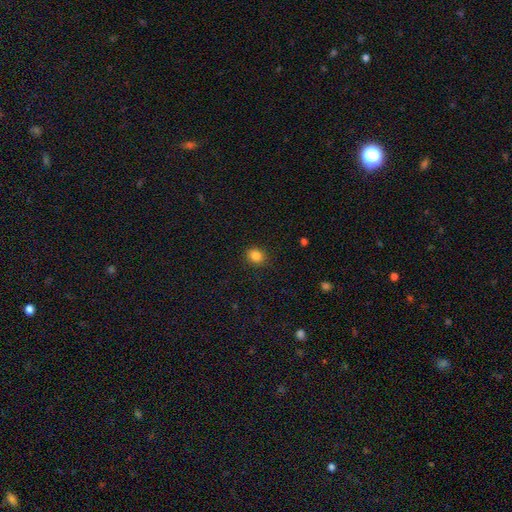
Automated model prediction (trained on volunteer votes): Smooth or featured?
  - smooth: 85% *
  - star or artifact: 11%
  - featured or disk: 4%
How rounded?
  - round: 68% *
  - in between: 31%
  - cigar-shaped: 1%
Merging?
  - none: 89% *
  - minor disturbance: 8%
  - major disturbance: 2%
  - merger: 1%